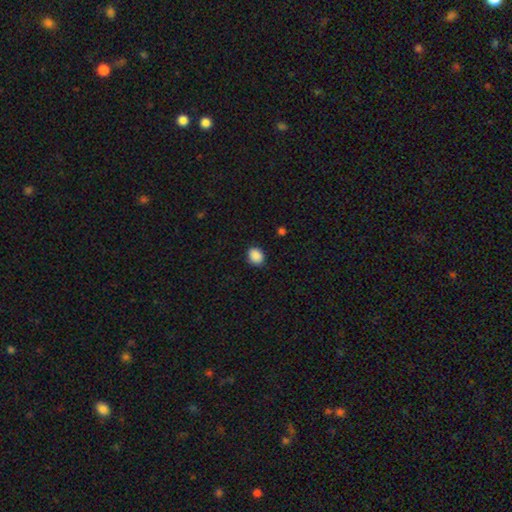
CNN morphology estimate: smooth_or_featured: smooth (p=0.89) [alt: star or artifact p=0.08]
how_rounded: in between (p=0.52) [alt: round p=0.47]
merging: none (p=0.88) [alt: minor disturbance p=0.08]